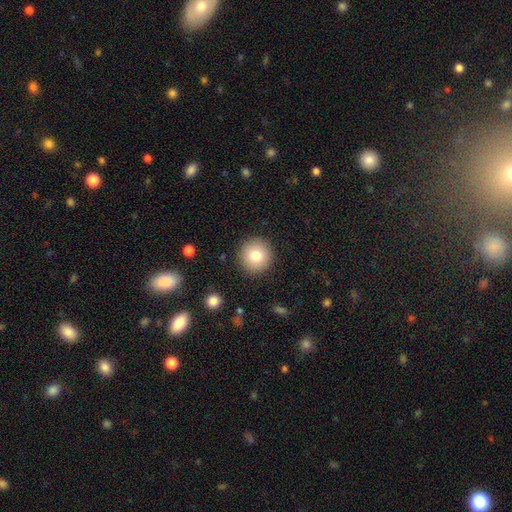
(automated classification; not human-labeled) Overall: smooth (78%). How rounded: round (94%). Merging: none (90%).